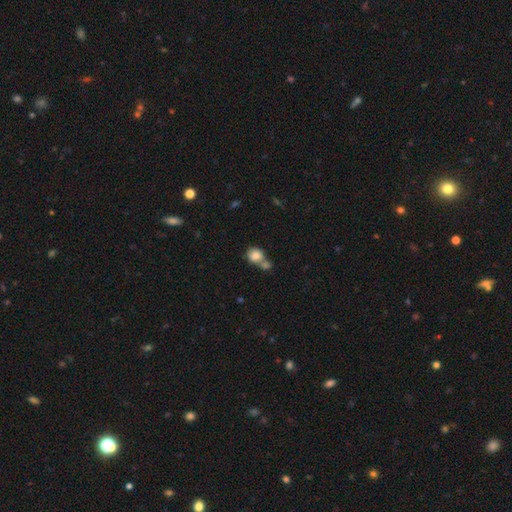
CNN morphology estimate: A smooth galaxy with no disk features (81%) that is round (66%).

Vote fractions:
- Smooth or featured? smooth: 81% / featured or disk: 10% / star or artifact: 9%
- How rounded? round: 66% / in between: 32% / cigar-shaped: 1%
- Merging? merger: 54% / none: 31% / minor disturbance: 10% / major disturbance: 5%